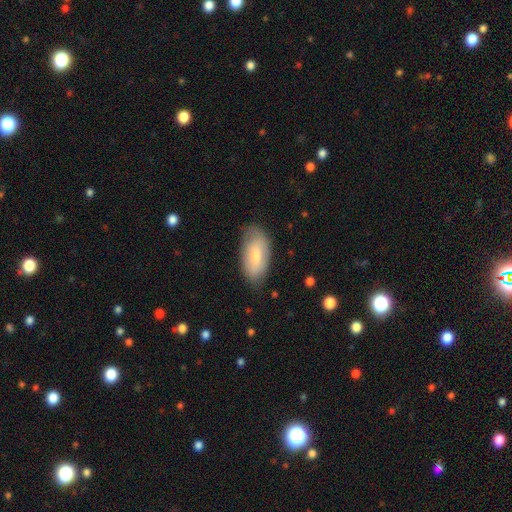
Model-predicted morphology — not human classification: smooth 69%, featured or disk 25%, star or artifact 6%. Down the decision tree: how rounded — in between (93%); merging — none (75%).